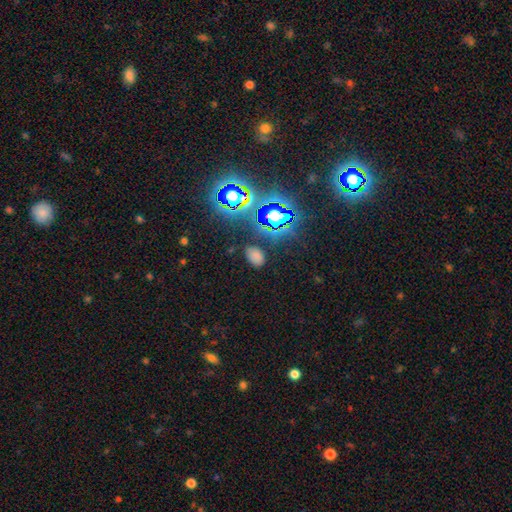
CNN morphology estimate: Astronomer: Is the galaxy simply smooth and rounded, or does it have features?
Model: smooth — 64%.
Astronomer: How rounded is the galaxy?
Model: in between — 84%.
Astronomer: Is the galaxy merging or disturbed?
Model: none — 81%.